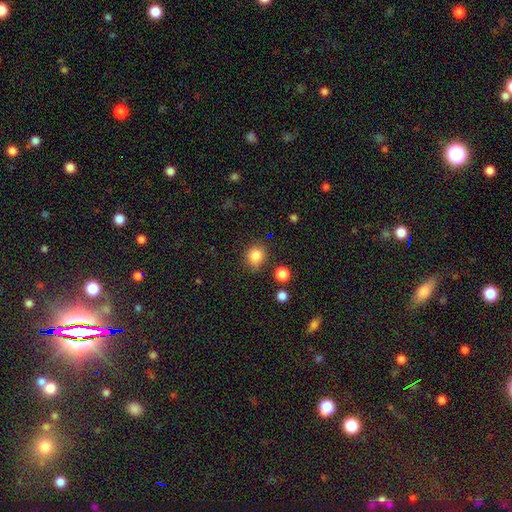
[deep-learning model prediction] Smooth or featured? smooth (83%)
How rounded? round (76%)
Merging? none (72%)